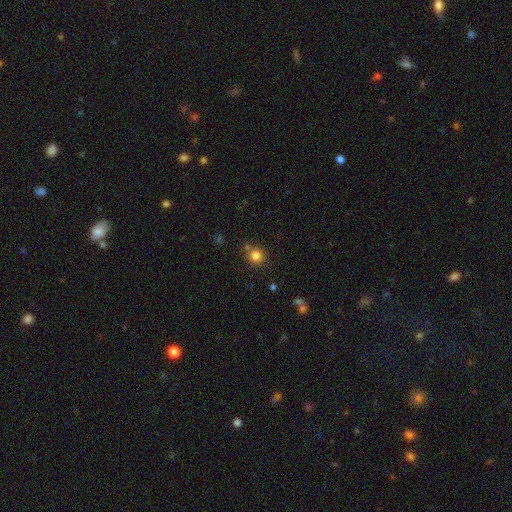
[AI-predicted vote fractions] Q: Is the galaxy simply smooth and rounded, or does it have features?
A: smooth — 82%.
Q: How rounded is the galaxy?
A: round — 91%.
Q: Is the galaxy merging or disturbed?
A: none — 74%.